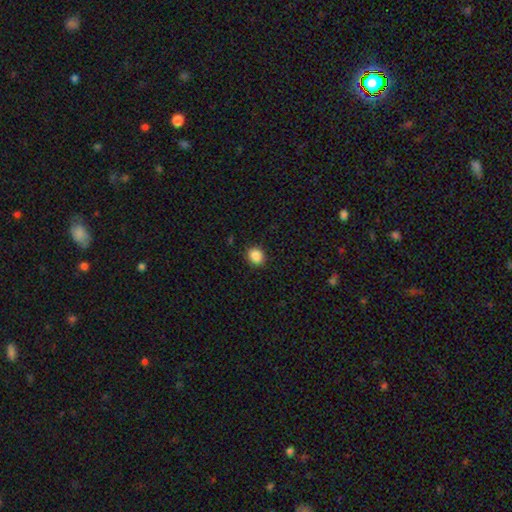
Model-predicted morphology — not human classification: This is clearly a smooth galaxy (87%). How rounded: likely round (71%). Merging: clearly none (89%).